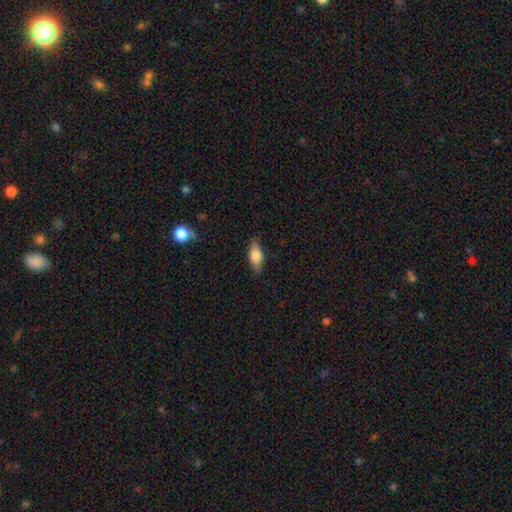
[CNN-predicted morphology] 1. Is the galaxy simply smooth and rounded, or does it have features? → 71% smooth, 22% featured or disk, 7% star or artifact.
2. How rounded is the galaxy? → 78% in between, 18% cigar-shaped, 4% round.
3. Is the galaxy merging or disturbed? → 83% none, 13% minor disturbance, 3% major disturbance, 1% merger.